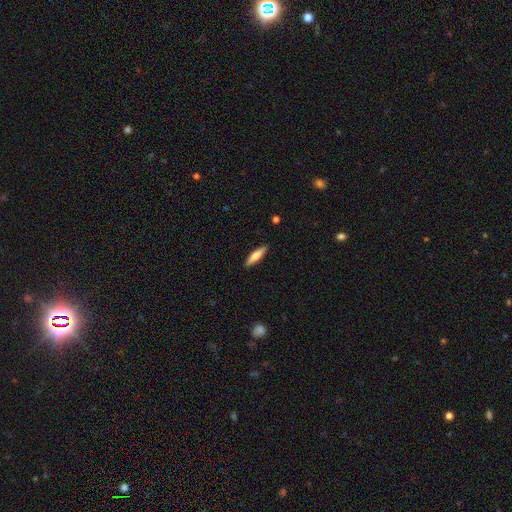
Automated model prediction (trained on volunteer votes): smooth_or_featured: smooth (p=0.66) [alt: featured or disk p=0.28]
how_rounded: cigar-shaped (p=0.74) [alt: in between p=0.25]
merging: none (p=0.90) [alt: minor disturbance p=0.08]